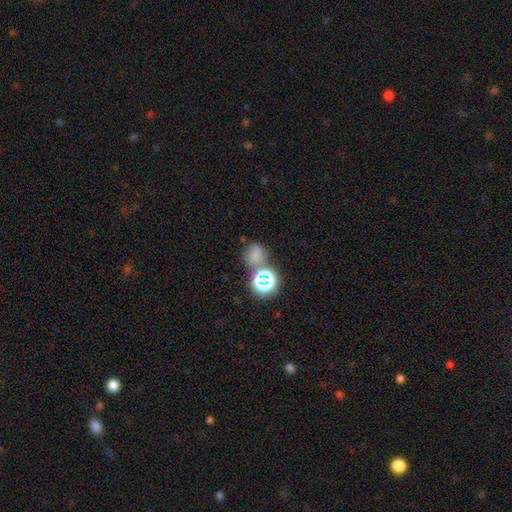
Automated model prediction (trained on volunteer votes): A smooth galaxy with no disk features (63%) that is round (70%).

Vote fractions:
- Smooth or featured? smooth: 63% / star or artifact: 27% / featured or disk: 9%
- How rounded? round: 70% / in between: 29% / cigar-shaped: 1%
- Merging? none: 56% / merger: 21% / minor disturbance: 16% / major disturbance: 8%